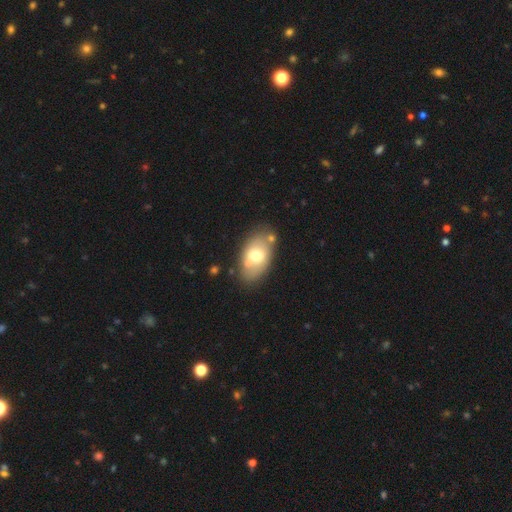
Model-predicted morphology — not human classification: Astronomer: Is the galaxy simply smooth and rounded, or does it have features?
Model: smooth — 63%.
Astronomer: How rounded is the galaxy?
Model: in between — 90%.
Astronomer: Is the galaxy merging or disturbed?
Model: none — 68%.